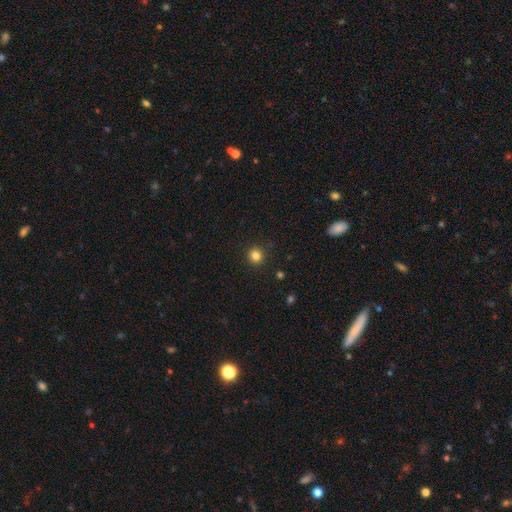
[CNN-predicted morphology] Smooth or featured? smooth (83%)
How rounded? round (94%)
Merging? none (92%)